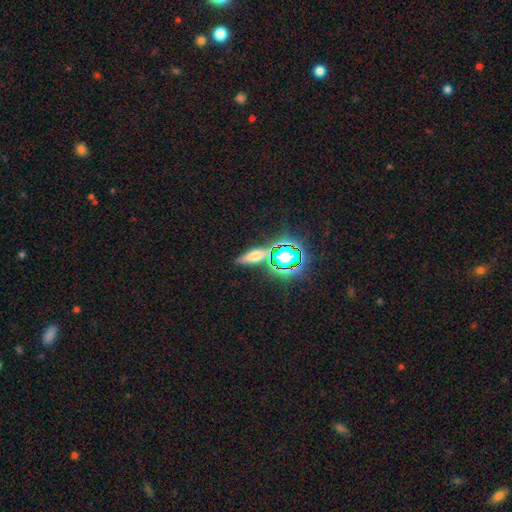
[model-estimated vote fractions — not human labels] Overall: smooth (51%; star or artifact 27%). How rounded: cigar-shaped (49%; in between 43%). Merging: none (75%).